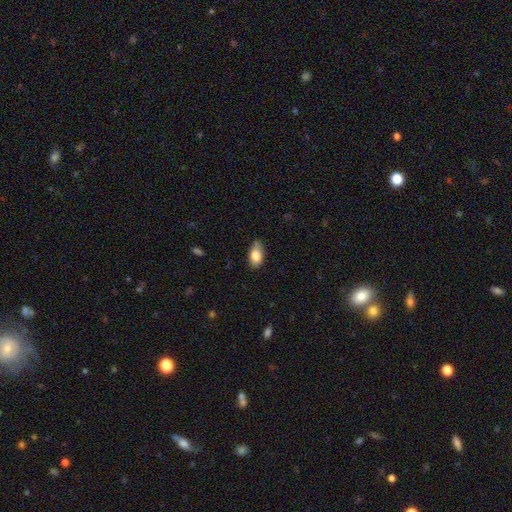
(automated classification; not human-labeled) smooth-or-featured: smooth: 80% | featured or disk: 13% | star or artifact: 7%
  how-rounded: in between: 92% | round: 5% | cigar-shaped: 3%
  merging: none: 78% | minor disturbance: 18% | major disturbance: 3% | merger: 1%